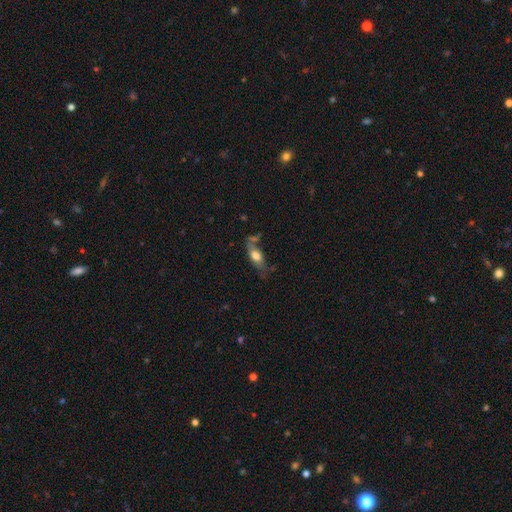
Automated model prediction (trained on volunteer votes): smooth 63%, featured or disk 29%, star or artifact 8%. Down the decision tree: how rounded — in between (72%); merging — none (48%).